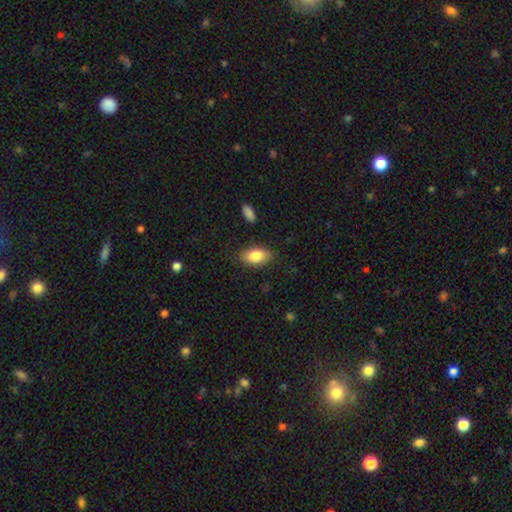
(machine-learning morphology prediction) type=smooth (83%); roundness=in between (91%); merging=none (84%).